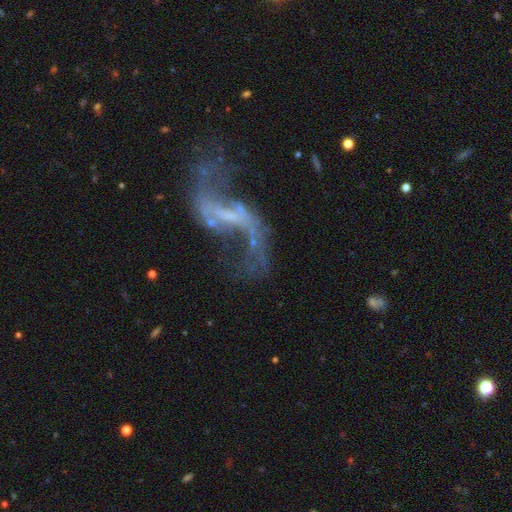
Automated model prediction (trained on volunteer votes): smooth_or_featured: featured or disk (p=0.84) [alt: star or artifact p=0.10]
disk_edge_on: no (p=0.95) [alt: yes p=0.05]
bar: strong (p=0.41) [alt: weak p=0.39]
has_spiral_arms: yes (p=0.85) [alt: no p=0.15]
spiral_winding: loose (p=0.90) [alt: medium p=0.08]
spiral_arm_count: 2 (p=0.89) [alt: 1 p=0.04]
bulge_size: none (p=0.52) [alt: small p=0.35]
merging: none (p=0.52) [alt: major disturbance p=0.25]